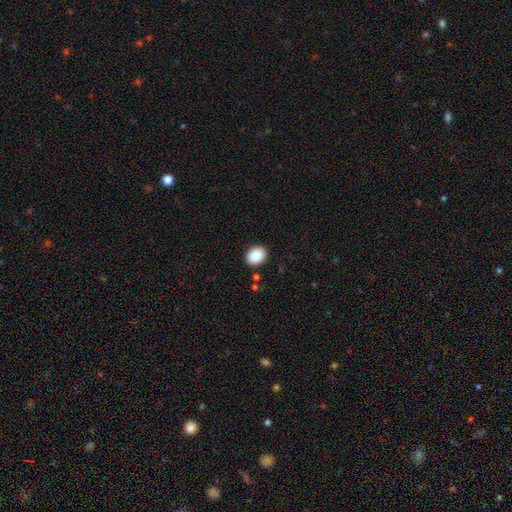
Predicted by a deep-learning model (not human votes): Smooth or featured? smooth (89%)
How rounded? round (50%, tied with in between)
Merging? none (89%)